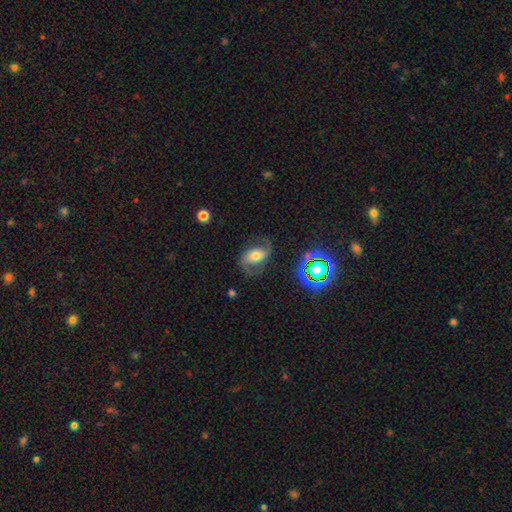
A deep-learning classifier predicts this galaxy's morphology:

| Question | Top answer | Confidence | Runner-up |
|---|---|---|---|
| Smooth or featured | featured or disk | 72% | smooth (17%) |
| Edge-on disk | no | 96% | yes (4%) |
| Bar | no | 49% | weak (33%) |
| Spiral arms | yes | 93% | no (7%) |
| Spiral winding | loose | 53% | medium (37%) |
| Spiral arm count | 2 | 90% | 1 (4%) |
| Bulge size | moderate | 60% | small (25%) |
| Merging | none | 69% | minor disturbance (17%) |